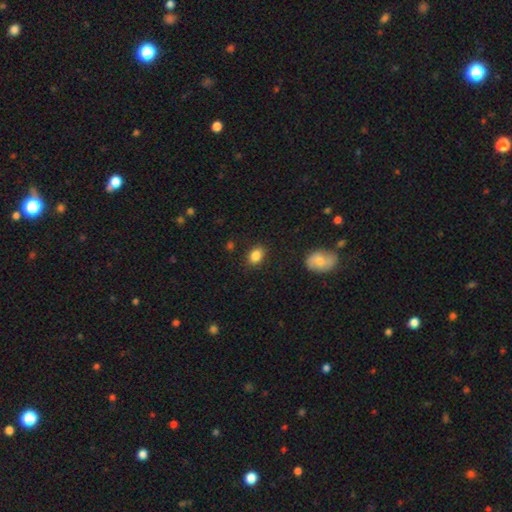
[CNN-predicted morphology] smooth 86%, star or artifact 9%, featured or disk 5%. Down the decision tree: how rounded — in between (74%); merging — none (84%).